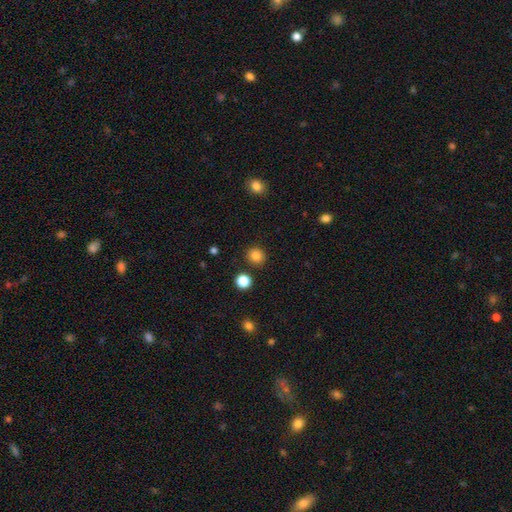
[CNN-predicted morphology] This is clearly a smooth galaxy (84%). How rounded: clearly round (89%). Merging: clearly none (90%).